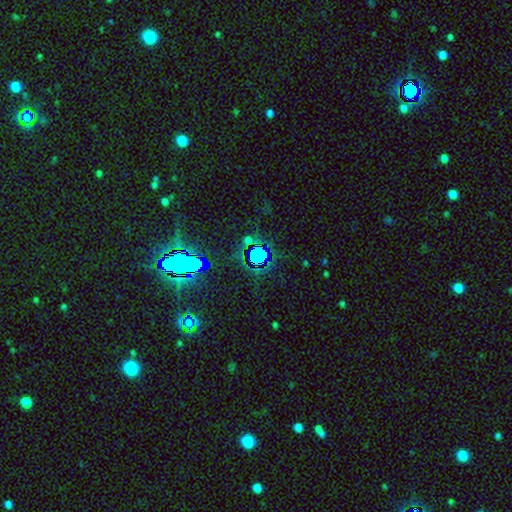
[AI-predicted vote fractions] A star or artifact, not a galaxy (69%).

Vote fractions:
- Smooth or featured? star or artifact: 69% / smooth: 21% / featured or disk: 10%